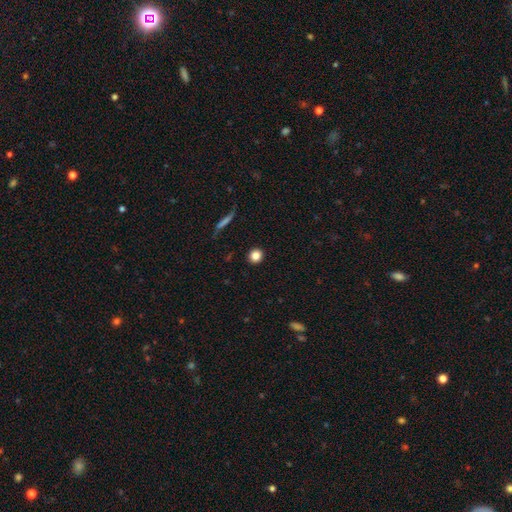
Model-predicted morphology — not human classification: This is clearly a smooth galaxy (84%). How rounded: clearly round (89%). Merging: clearly none (92%).